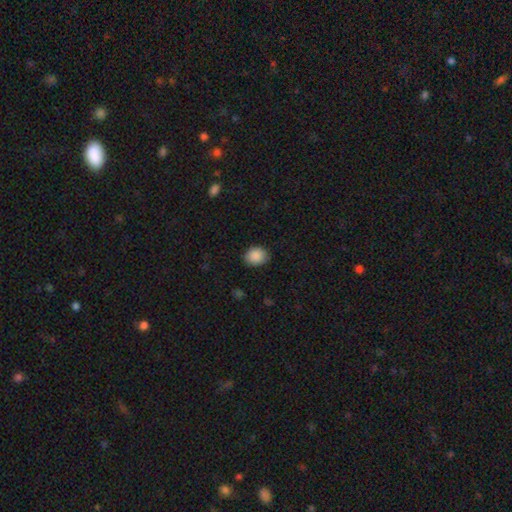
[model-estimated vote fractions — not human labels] Overall: smooth (89%). How rounded: round (54%; in between 46%). Merging: none (86%).